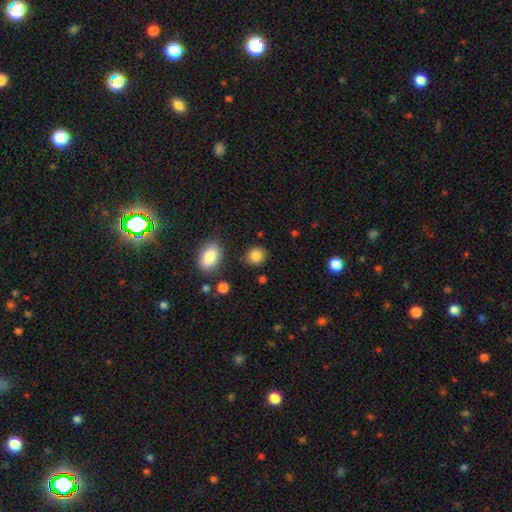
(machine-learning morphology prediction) The model was most divided on "how rounded": round: 77%, in between: 22%, cigar-shaped: 1%. More confident: smooth or featured — smooth (86%); merging — none (84%).